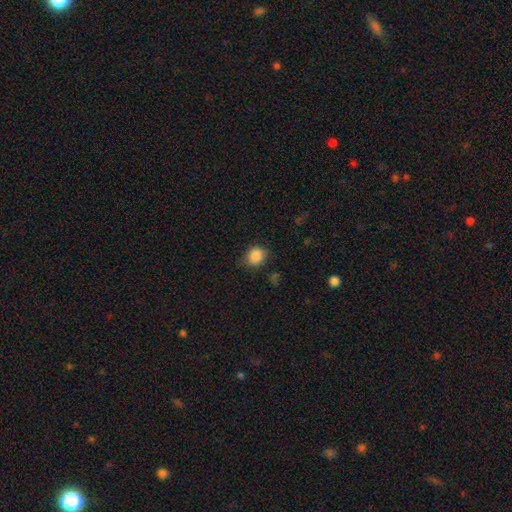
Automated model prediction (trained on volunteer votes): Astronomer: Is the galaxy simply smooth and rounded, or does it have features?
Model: smooth — 87%.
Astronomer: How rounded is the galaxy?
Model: round — 69%.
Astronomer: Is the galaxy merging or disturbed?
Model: none — 81%.